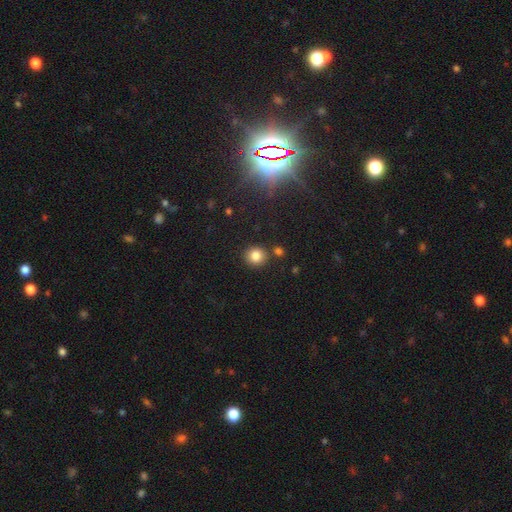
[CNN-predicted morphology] smooth 82%, star or artifact 12%, featured or disk 6%. Down the decision tree: how rounded — round (86%); merging — none (82%).